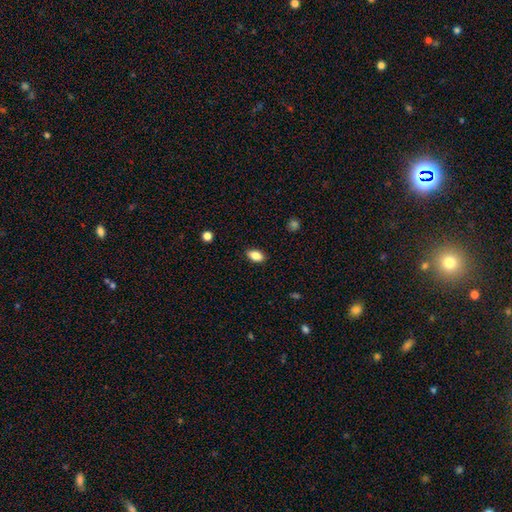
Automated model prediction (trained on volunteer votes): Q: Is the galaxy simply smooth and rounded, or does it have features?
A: smooth — 85%.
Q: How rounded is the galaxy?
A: in between — 90%.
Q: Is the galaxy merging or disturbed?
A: none — 88%.